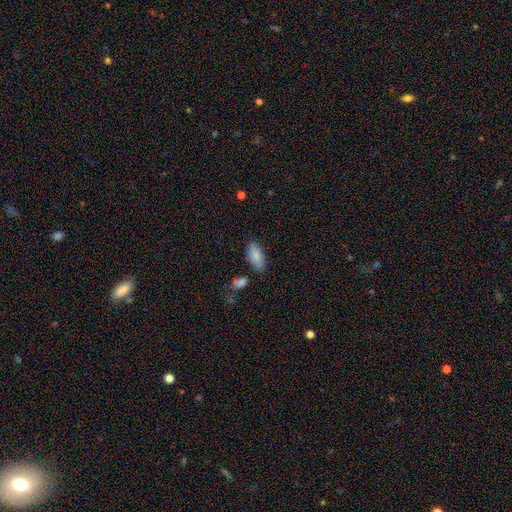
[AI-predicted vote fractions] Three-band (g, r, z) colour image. It shows a smooth galaxy with no disk features (85%) that is in between round and cigar-shaped (87%). Merging: none (78%).